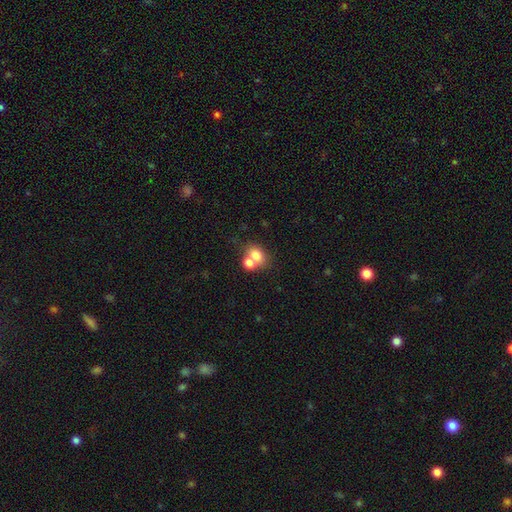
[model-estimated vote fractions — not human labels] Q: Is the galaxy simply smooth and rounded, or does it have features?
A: smooth — 75%.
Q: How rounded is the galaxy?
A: in between — 57%.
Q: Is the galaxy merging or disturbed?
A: merger — 47%.